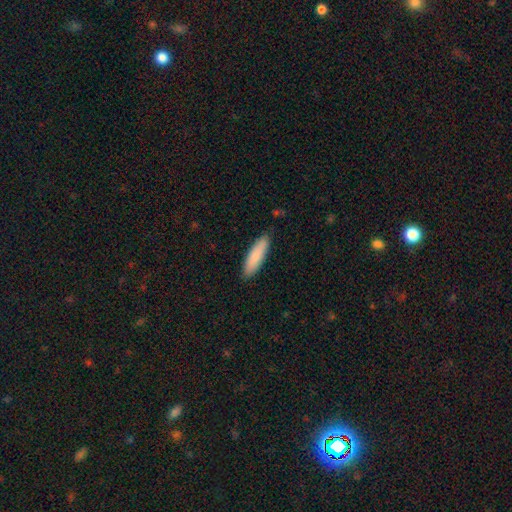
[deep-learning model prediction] Morphology: type=smooth (86%); roundness=cigar-shaped (66%); merging=none (88%).